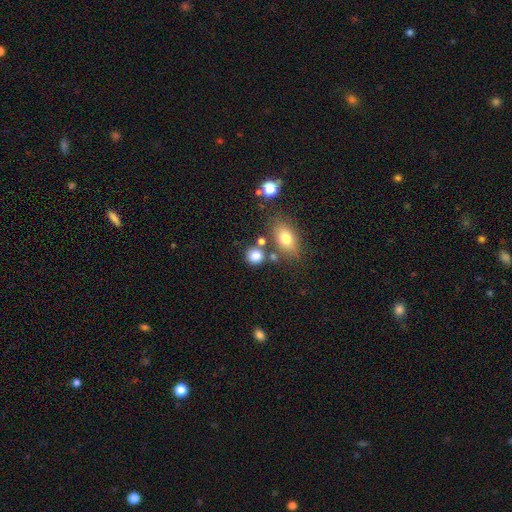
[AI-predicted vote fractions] This is clearly a smooth galaxy (80%). How rounded: likely round (78%). Merging: likely none (70%).